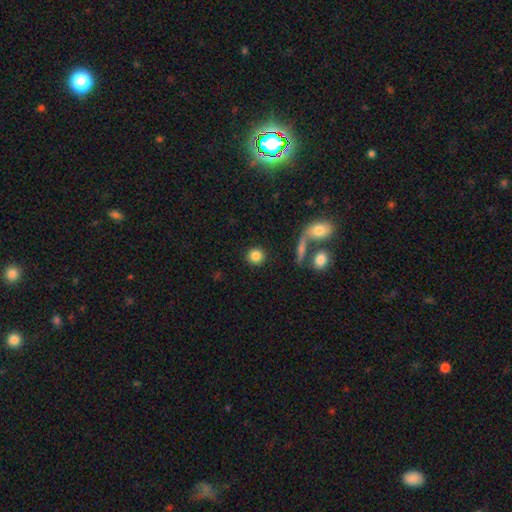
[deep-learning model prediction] Q: Smooth or featured?
A: smooth (85%); runner-up: star or artifact (8%)
Q: How rounded?
A: round (90%); runner-up: in between (8%)
Q: Merging?
A: none (86%); runner-up: minor disturbance (6%)